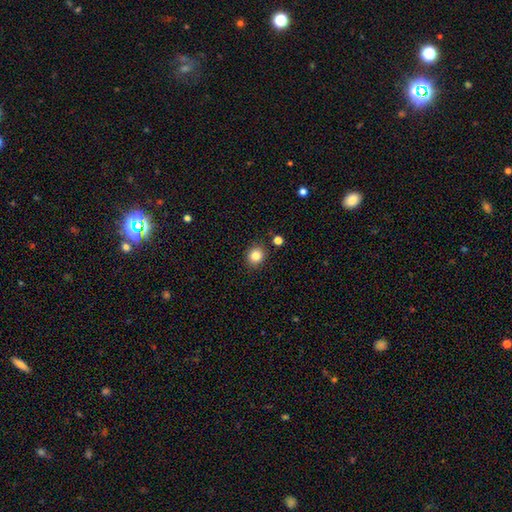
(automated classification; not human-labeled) This appears to be a smooth galaxy with no disk features (84%) that is round (81%). Merging: none (88%).